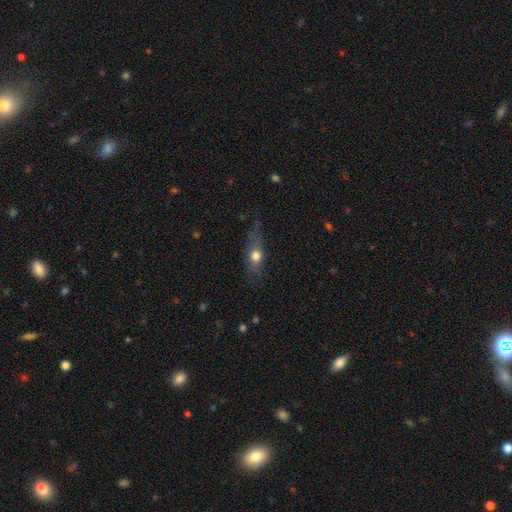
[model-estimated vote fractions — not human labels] Q: Smooth or featured?
A: smooth (61%); runner-up: featured or disk (30%)
Q: How rounded?
A: in between (49%); runner-up: cigar-shaped (37%)
Q: Merging?
A: none (59%); runner-up: minor disturbance (27%)